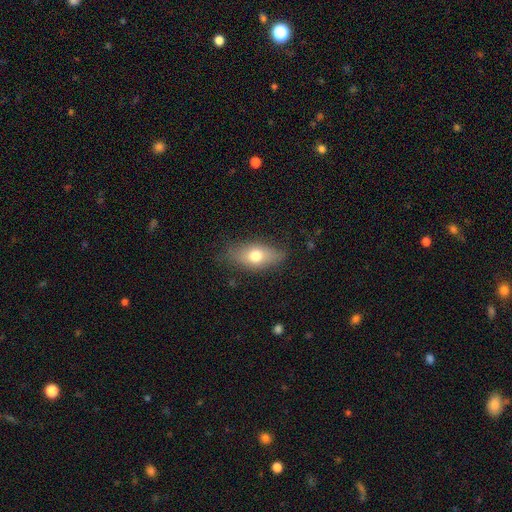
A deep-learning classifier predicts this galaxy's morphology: A smooth galaxy with no disk features (69%) that is in between round and cigar-shaped (80%).

Vote fractions:
- Smooth or featured? smooth: 69% / featured or disk: 23% / star or artifact: 8%
- How rounded? in between: 80% / cigar-shaped: 11% / round: 8%
- Merging? none: 75% / minor disturbance: 19% / major disturbance: 5% / merger: 1%